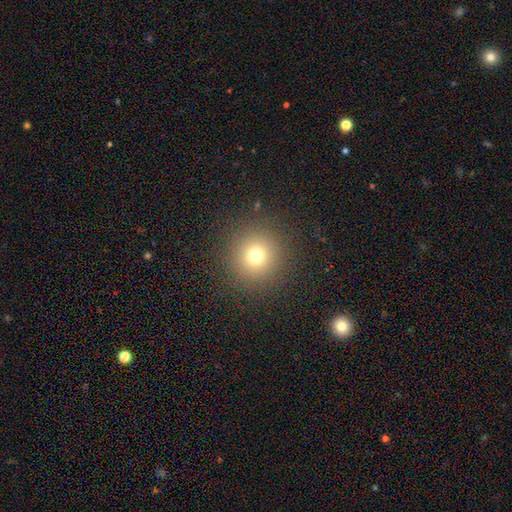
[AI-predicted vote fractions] smooth_or_featured: smooth (p=0.73) [alt: star or artifact p=0.18]
how_rounded: round (p=0.95) [alt: in between p=0.04]
merging: none (p=0.90) [alt: minor disturbance p=0.06]